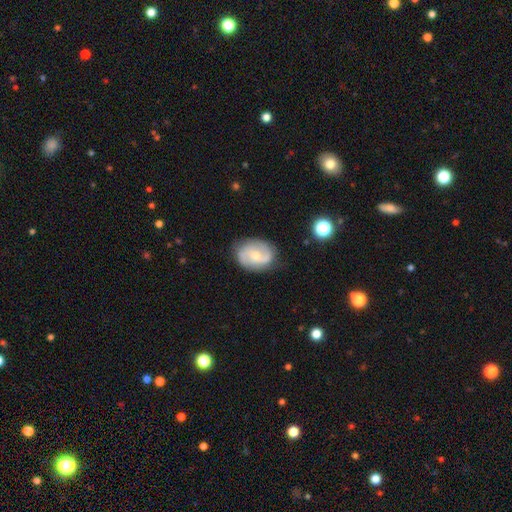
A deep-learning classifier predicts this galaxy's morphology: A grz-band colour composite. It shows a featured or disk galaxy (70%) with no bar (52%), 2 (83%) medium (46%) spiral arms (88%) and a small central bulge (49%). Merging: none (77%).